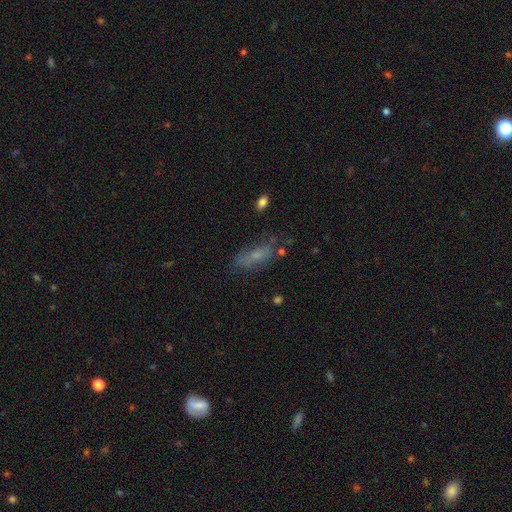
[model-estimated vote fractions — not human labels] A smooth galaxy with no disk features (57%) that is in between round and cigar-shaped (59%). Merging: none (61%).